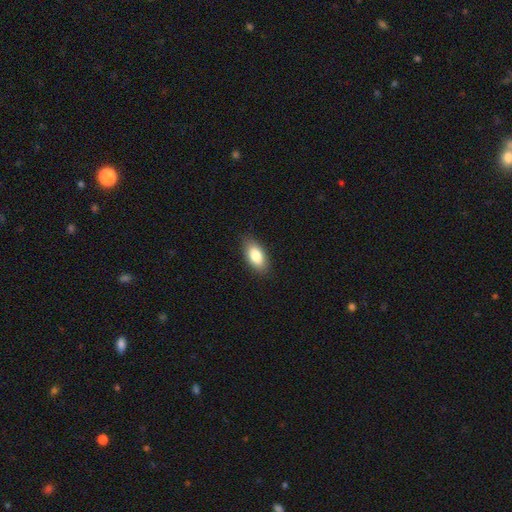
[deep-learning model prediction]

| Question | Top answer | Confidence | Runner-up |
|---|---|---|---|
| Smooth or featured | smooth | 83% | featured or disk (10%) |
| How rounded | in between | 91% | cigar-shaped (6%) |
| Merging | none | 86% | minor disturbance (11%) |